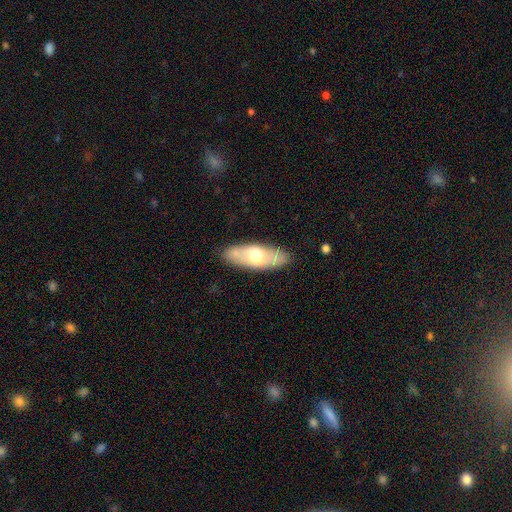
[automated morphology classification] This is possibly a smooth galaxy (54%). How rounded: likely in between (72%). Merging: clearly none (82%).